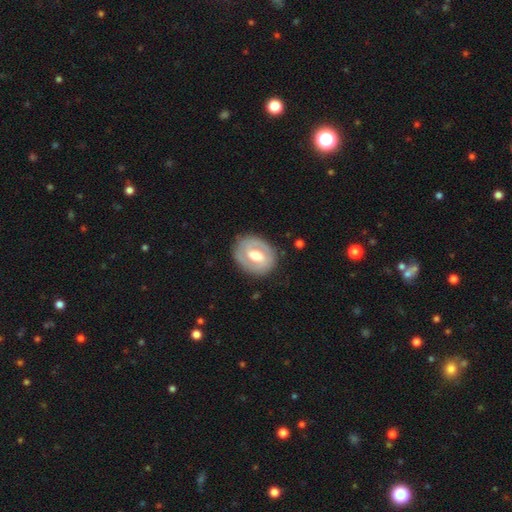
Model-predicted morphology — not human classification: A featured or disk galaxy (68%) with a weak bar (47%), spiral arms (59%) and a moderate central bulge (68%). Merging: none (82%).